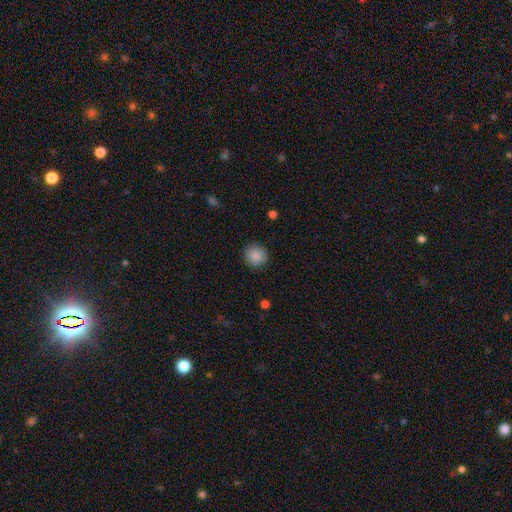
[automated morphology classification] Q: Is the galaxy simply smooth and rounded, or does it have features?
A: smooth — 86%.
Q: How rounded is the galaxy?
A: round — 91%.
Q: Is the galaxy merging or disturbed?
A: none — 88%.